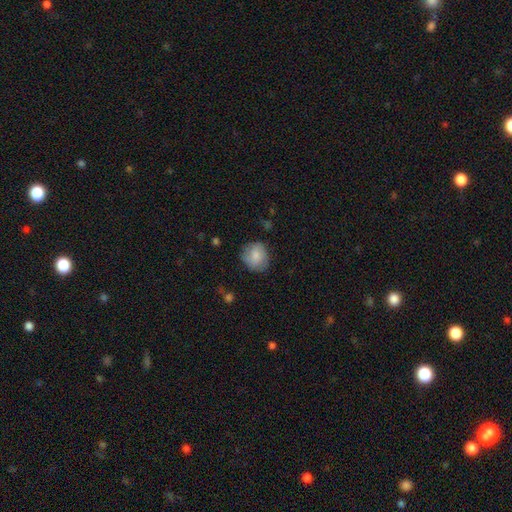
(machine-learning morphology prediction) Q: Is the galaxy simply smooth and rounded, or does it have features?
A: smooth — 75%.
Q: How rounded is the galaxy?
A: round — 78%.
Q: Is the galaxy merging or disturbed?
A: none — 71%.